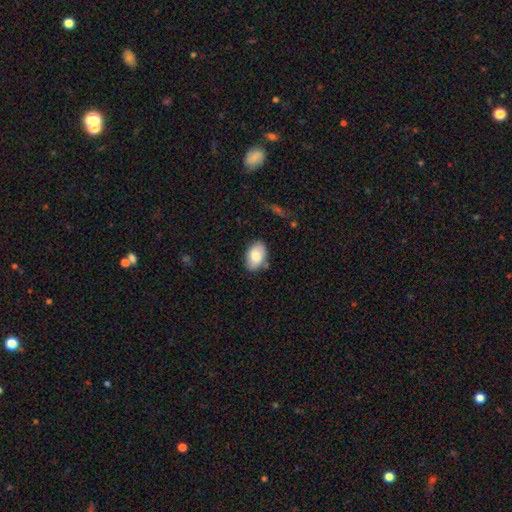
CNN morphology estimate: Smooth or featured? smooth (80%)
How rounded? in between (89%)
Merging? none (76%)